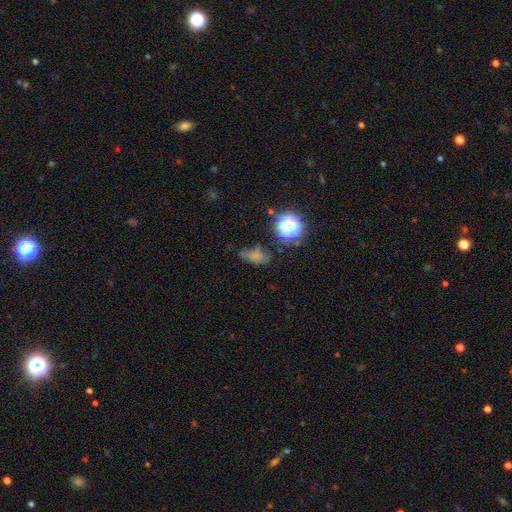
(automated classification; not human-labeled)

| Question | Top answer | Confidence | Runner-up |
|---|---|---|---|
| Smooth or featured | smooth | 61% | star or artifact (23%) |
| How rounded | in between | 71% | round (21%) |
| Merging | none | 50% | minor disturbance (28%) |